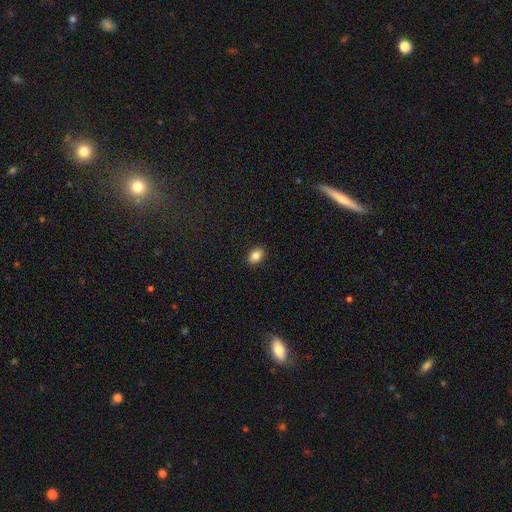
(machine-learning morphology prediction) type=smooth (84%); roundness=in between (85%); merging=none (89%).